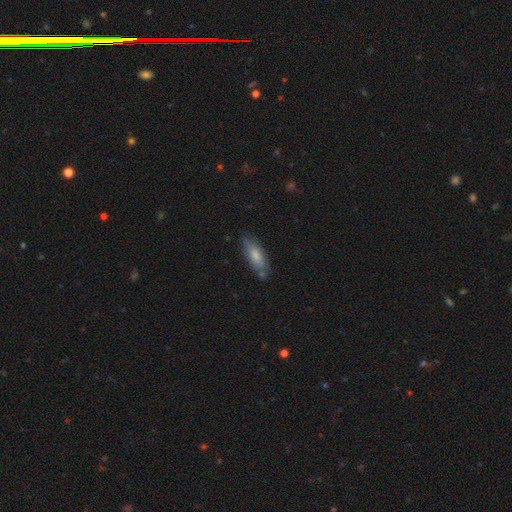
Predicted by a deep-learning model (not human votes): Overall: smooth (74%). How rounded: in between (66%; cigar-shaped 32%). Merging: none (71%).